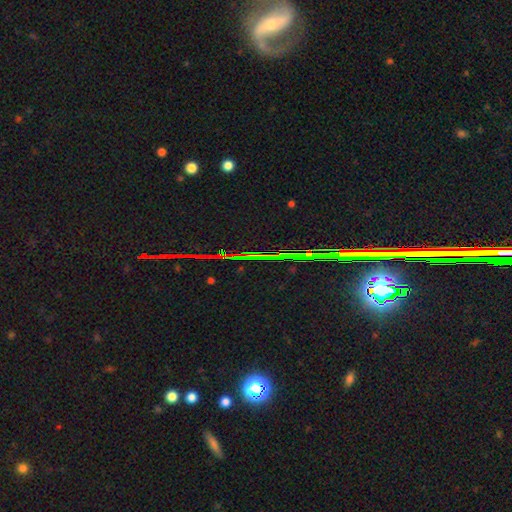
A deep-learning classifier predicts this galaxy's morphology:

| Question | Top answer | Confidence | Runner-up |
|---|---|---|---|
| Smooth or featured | star or artifact | 62% | featured or disk (26%) |